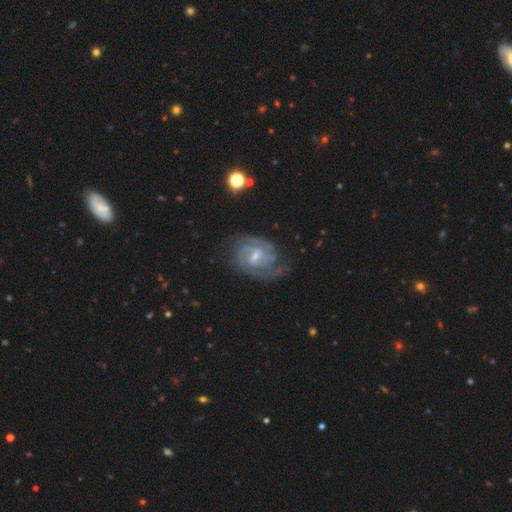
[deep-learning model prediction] Smooth or featured? Predicted: featured or disk (p=0.81). Edge-on disk? Predicted: no (p=0.97). Bar? Predicted: weak (p=0.58). Spiral arms? Predicted: yes (p=0.93). Spiral winding? Predicted: tight (p=0.57). Spiral arm count? Predicted: 2 (p=0.45). Bulge size? Predicted: moderate (p=0.48). Merging? Predicted: none (p=0.66).